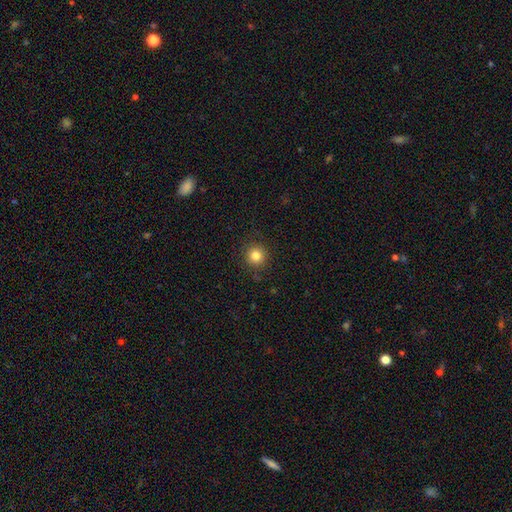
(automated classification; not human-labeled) A smooth galaxy with no disk features (83%) that is round (94%). Merging: none (90%).